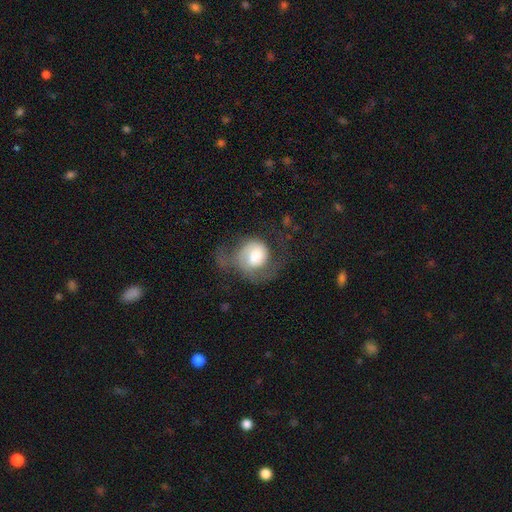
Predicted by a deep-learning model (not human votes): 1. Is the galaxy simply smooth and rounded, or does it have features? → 61% featured or disk, 32% smooth, 7% star or artifact.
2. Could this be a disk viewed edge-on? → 97% no, 3% yes.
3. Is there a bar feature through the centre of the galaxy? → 69% no, 26% weak, 5% strong.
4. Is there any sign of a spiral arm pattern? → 87% yes, 13% no.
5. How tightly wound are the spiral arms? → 42% medium, 33% loose, 25% tight.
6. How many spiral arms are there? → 52% 2, 30% 1, 10% can't tell, 4% 3, 2% 4, 2% more than 4.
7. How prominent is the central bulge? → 49% moderate, 26% large, 17% small, 5% dominant, 2% none.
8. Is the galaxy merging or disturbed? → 39% none, 38% major disturbance, 20% minor disturbance, 3% merger.